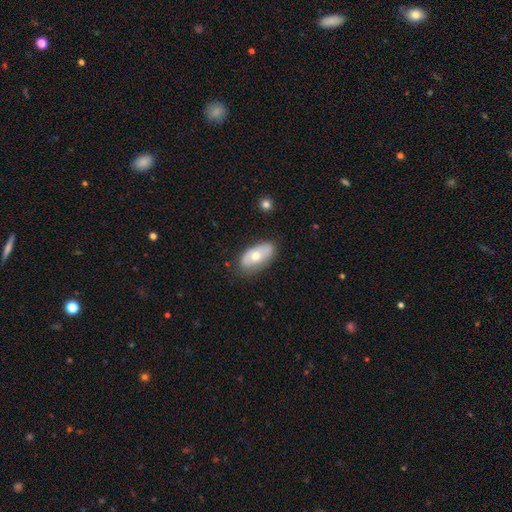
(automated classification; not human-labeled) A smooth galaxy with no disk features (59%) that is in between round and cigar-shaped (93%). Merging: none (74%).